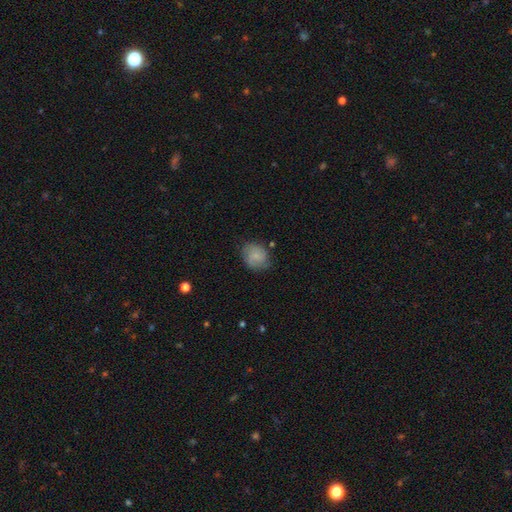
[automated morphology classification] This is possibly a smooth galaxy (55%). How rounded: likely round (63%). Merging: likely none (71%).